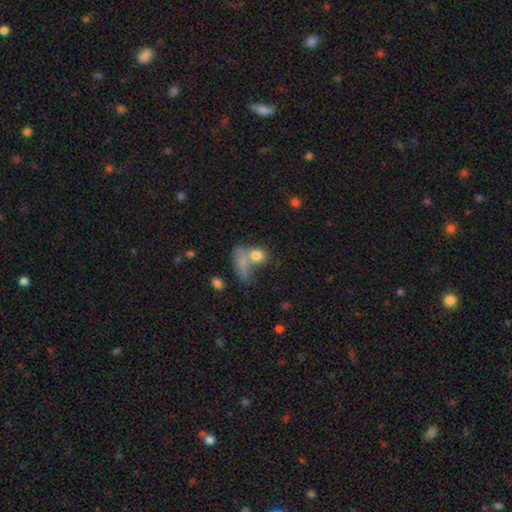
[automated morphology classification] A smooth galaxy with no disk features (79%) that is round (50%). Merging: merger (42%).